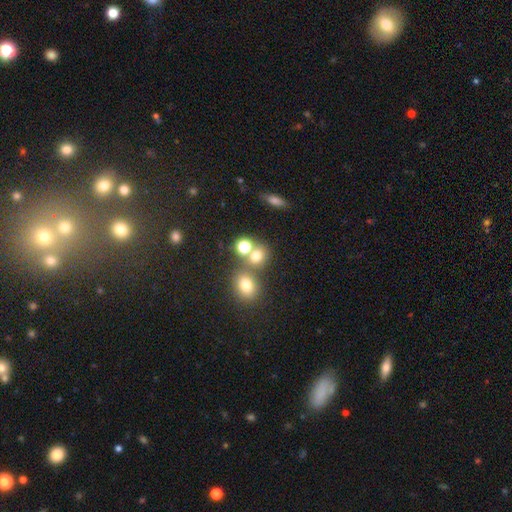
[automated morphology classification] The model was most divided on "merging": none: 55%, merger: 32%, minor disturbance: 8%, major disturbance: 4%. More confident: how rounded — round (73%); smooth or featured — smooth (70%).